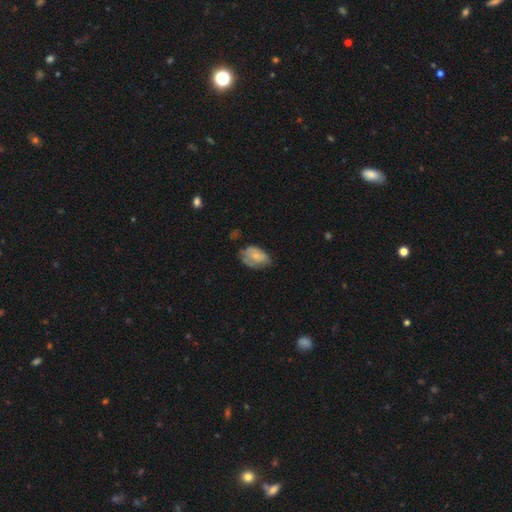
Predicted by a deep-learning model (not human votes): smooth-or-featured: smooth: 62% | featured or disk: 30% | star or artifact: 8%
  how-rounded: in between: 86% | round: 13% | cigar-shaped: 1%
  merging: none: 45% | minor disturbance: 36% | major disturbance: 16% | merger: 2%